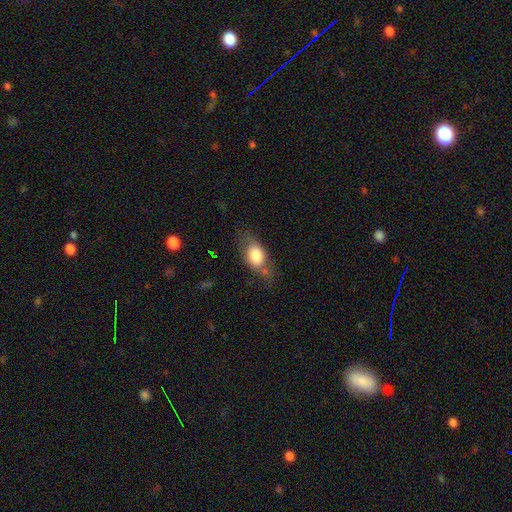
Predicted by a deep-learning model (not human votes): Q: Smooth or featured?
A: smooth (76%); runner-up: featured or disk (17%)
Q: How rounded?
A: in between (78%); runner-up: round (17%)
Q: Merging?
A: none (57%); runner-up: minor disturbance (26%)